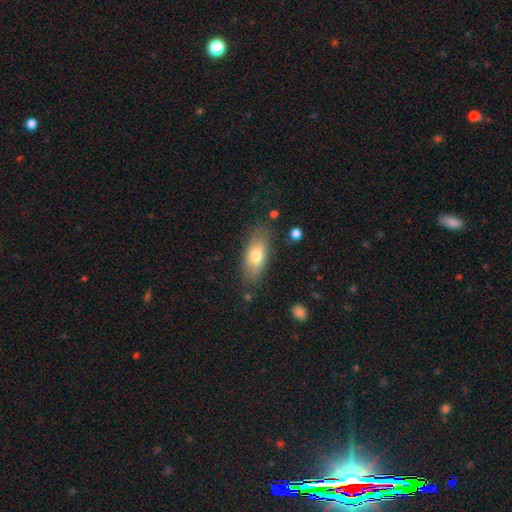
This is likely a smooth galaxy (64%). How rounded: likely in between (68%). Merging: likely none (69%).